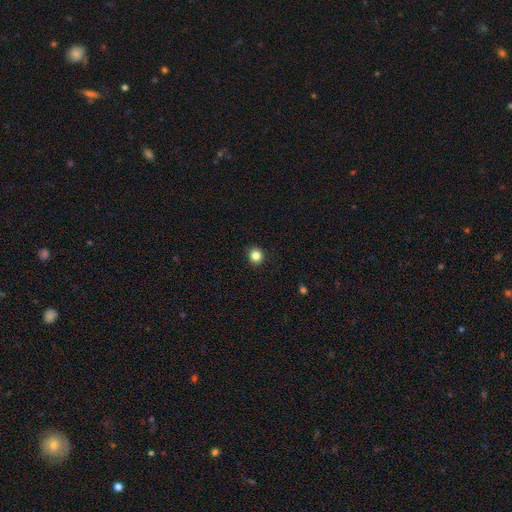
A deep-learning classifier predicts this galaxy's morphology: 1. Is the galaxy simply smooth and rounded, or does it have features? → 85% smooth, 11% star or artifact, 4% featured or disk.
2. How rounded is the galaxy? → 89% round, 10% in between, 1% cigar-shaped.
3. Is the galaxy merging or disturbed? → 92% none, 5% minor disturbance, 2% major disturbance, 1% merger.